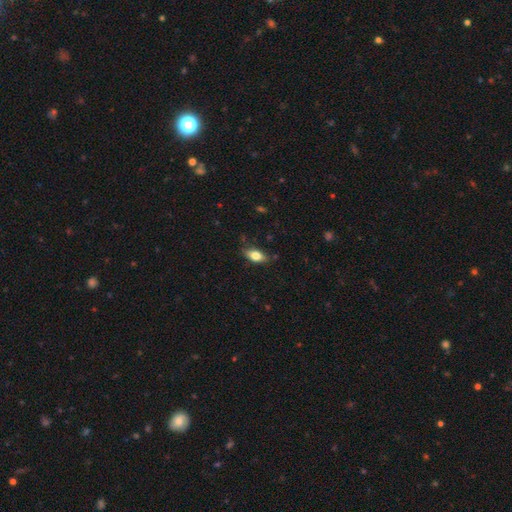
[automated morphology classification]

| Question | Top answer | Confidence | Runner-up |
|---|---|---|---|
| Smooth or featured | smooth | 69% | featured or disk (24%) |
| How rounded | in between | 81% | cigar-shaped (14%) |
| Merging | none | 74% | minor disturbance (20%) |